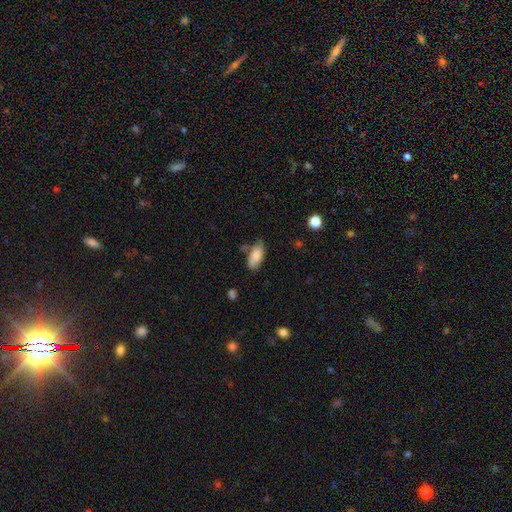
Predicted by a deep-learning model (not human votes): Smooth or featured?
  - smooth: 83% *
  - featured or disk: 10%
  - star or artifact: 7%
How rounded?
  - in between: 89% *
  - cigar-shaped: 9%
  - round: 2%
Merging?
  - none: 64% *
  - minor disturbance: 24%
  - merger: 7%
  - major disturbance: 5%